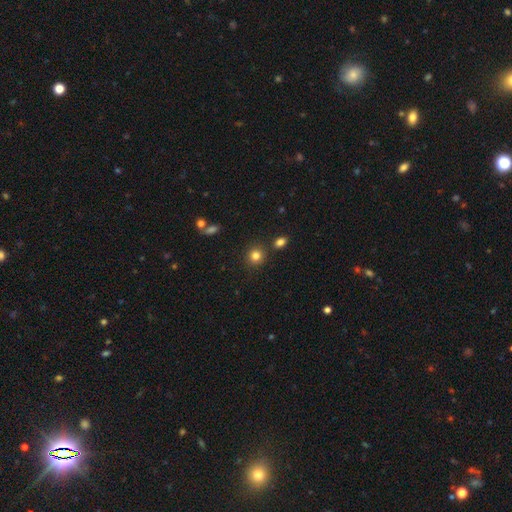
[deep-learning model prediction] A smooth galaxy with no disk features (82%) that is round (88%).

Vote fractions:
- Smooth or featured? smooth: 82% / star or artifact: 12% / featured or disk: 6%
- How rounded? round: 88% / in between: 11% / cigar-shaped: 1%
- Merging? none: 85% / minor disturbance: 7% / merger: 5% / major disturbance: 3%